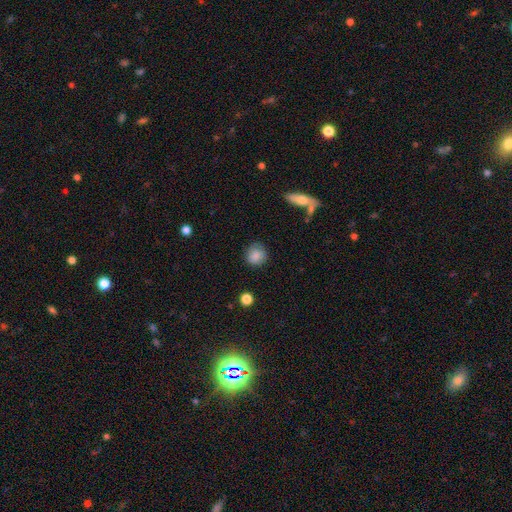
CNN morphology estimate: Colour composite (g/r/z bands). It shows a smooth galaxy with no disk features (85%) that is round (88%). Merging: none (83%).